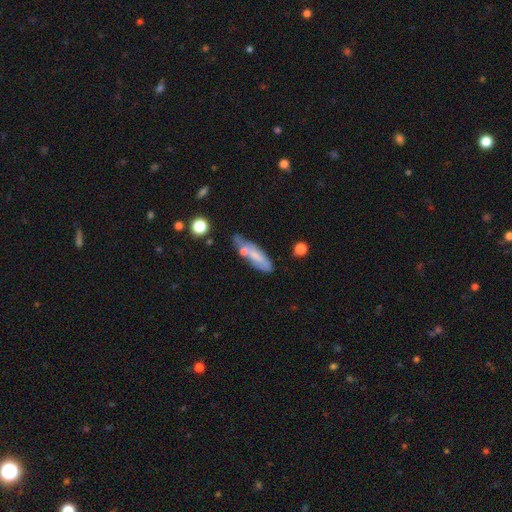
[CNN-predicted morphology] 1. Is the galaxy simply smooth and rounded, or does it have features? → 56% smooth, 36% featured or disk, 8% star or artifact.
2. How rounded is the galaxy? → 54% cigar-shaped, 43% in between, 2% round.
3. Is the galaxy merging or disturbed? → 47% none, 27% minor disturbance, 15% merger, 11% major disturbance.